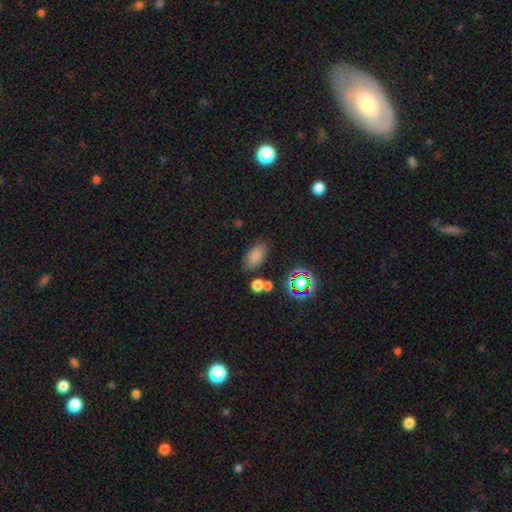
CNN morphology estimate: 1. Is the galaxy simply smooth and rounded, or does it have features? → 77% smooth, 16% star or artifact, 7% featured or disk.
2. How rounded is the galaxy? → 89% in between, 7% round, 3% cigar-shaped.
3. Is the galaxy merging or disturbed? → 76% none, 13% minor disturbance, 7% merger, 4% major disturbance.